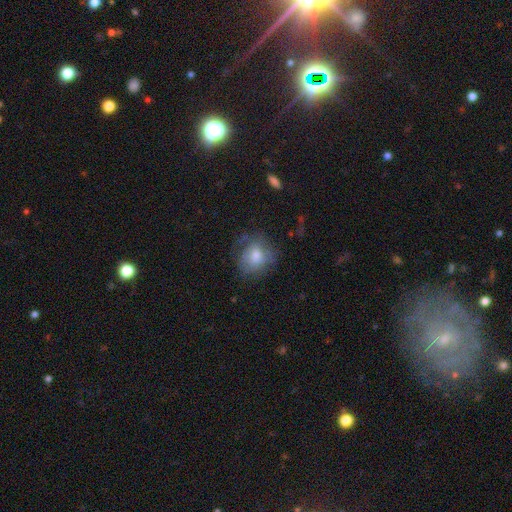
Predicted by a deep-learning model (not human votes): A smooth galaxy with no disk features (66%) that is round (67%).

Vote fractions:
- Smooth or featured? smooth: 66% / featured or disk: 24% / star or artifact: 9%
- How rounded? round: 67% / in between: 32% / cigar-shaped: 1%
- Merging? none: 63% / minor disturbance: 24% / major disturbance: 12% / merger: 2%